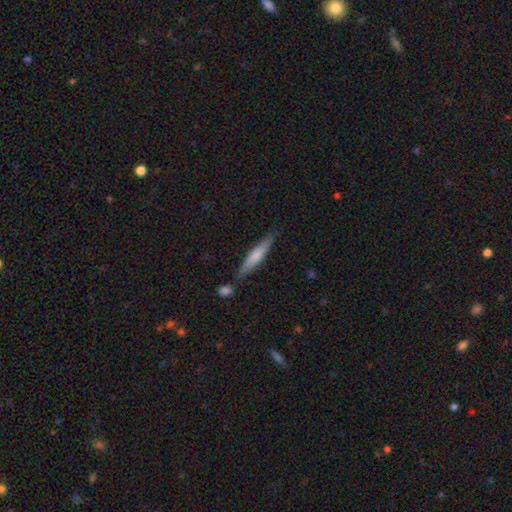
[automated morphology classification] smooth_or_featured: smooth (p=0.65) [alt: featured or disk p=0.29]
how_rounded: cigar-shaped (p=0.90) [alt: in between p=0.08]
merging: none (p=0.79) [alt: minor disturbance p=0.12]